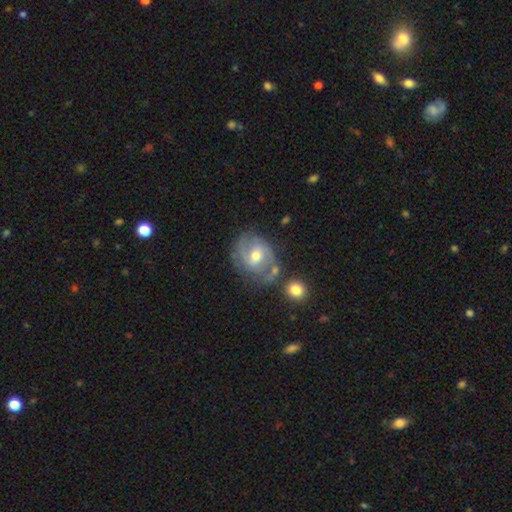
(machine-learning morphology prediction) A featured or disk galaxy (69%) with a weak bar (50%), 2 (72%) medium (47%) spiral arms (81%) and a moderate central bulge (69%). Merging: none (61%).